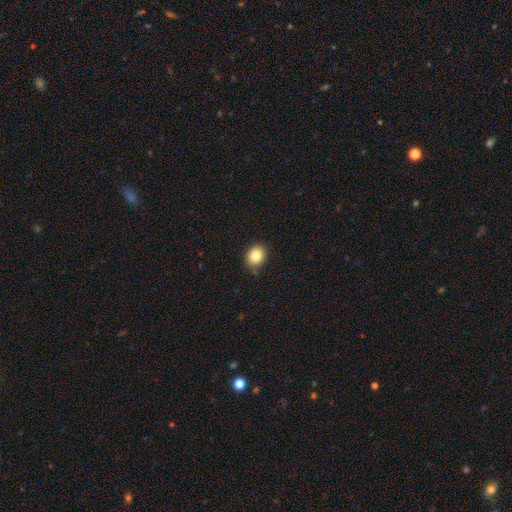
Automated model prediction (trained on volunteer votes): A smooth galaxy with no disk features (83%) that is round (65%). Merging: none (83%).